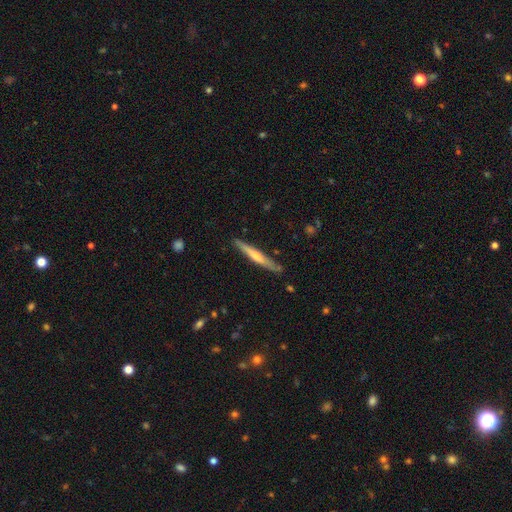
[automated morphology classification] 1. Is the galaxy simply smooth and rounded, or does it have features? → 52% featured or disk, 43% smooth, 5% star or artifact.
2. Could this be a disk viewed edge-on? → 96% yes, 4% no.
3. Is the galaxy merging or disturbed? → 87% none, 10% minor disturbance, 2% merger, 2% major disturbance.